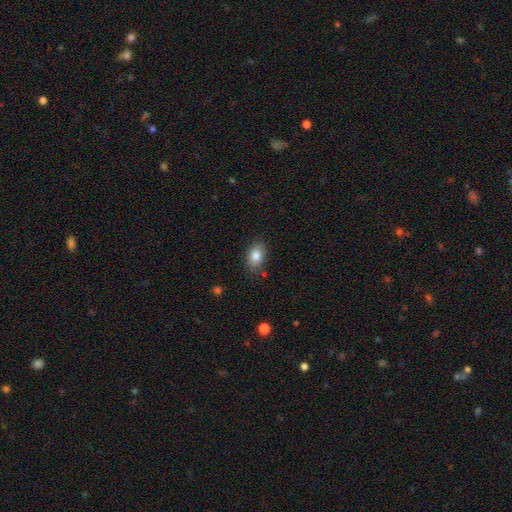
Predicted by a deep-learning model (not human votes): Smooth or featured? Predicted: smooth (p=0.84). How rounded? Predicted: in between (p=0.83). Merging? Predicted: none (p=0.80).